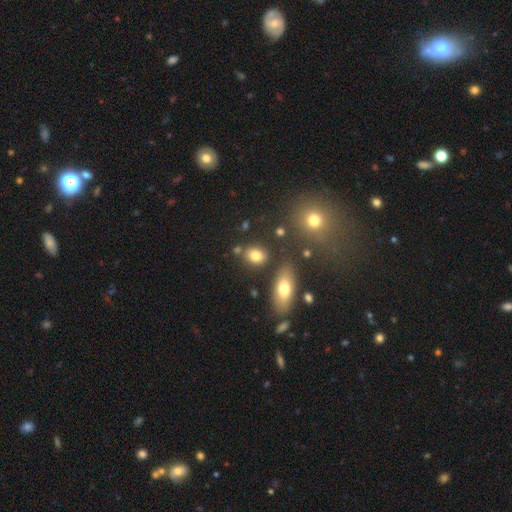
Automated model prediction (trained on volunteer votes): smooth_or_featured: smooth (p=0.81) [alt: star or artifact p=0.11]
how_rounded: in between (p=0.51) [alt: round p=0.47]
merging: none (p=0.76) [alt: minor disturbance p=0.11]